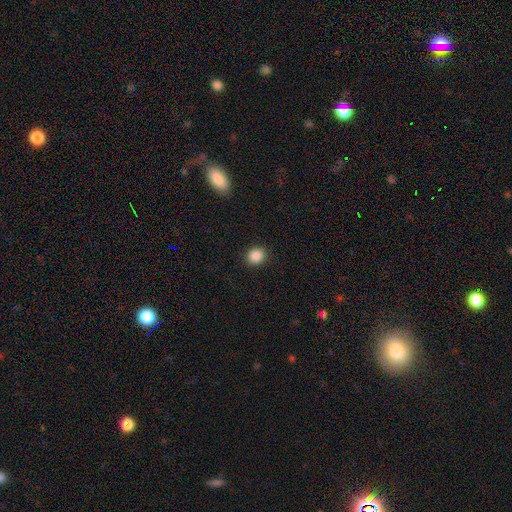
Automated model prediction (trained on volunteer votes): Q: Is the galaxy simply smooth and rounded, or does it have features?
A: smooth — 88%.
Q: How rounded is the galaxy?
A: round — 76%.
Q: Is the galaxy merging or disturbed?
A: none — 90%.